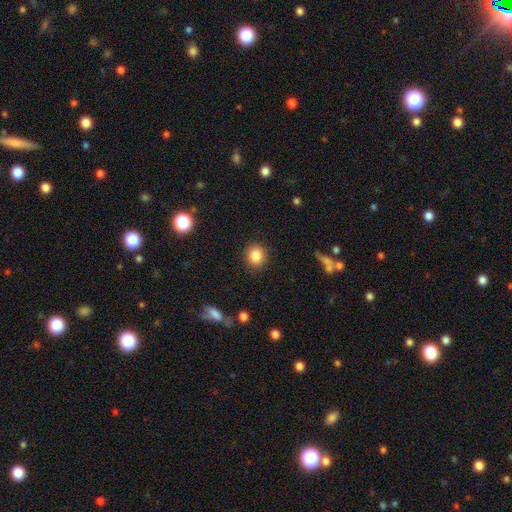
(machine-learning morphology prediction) smooth 86%, star or artifact 9%, featured or disk 5%. Down the decision tree: how rounded — round (77%); merging — none (88%).